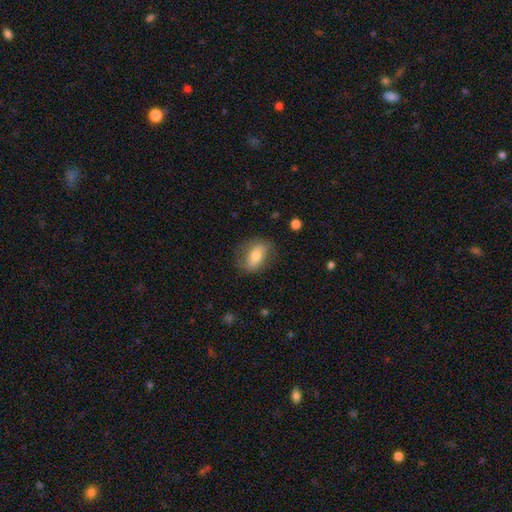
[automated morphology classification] type=smooth (63%); roundness=in between (81%); merging=none (75%).